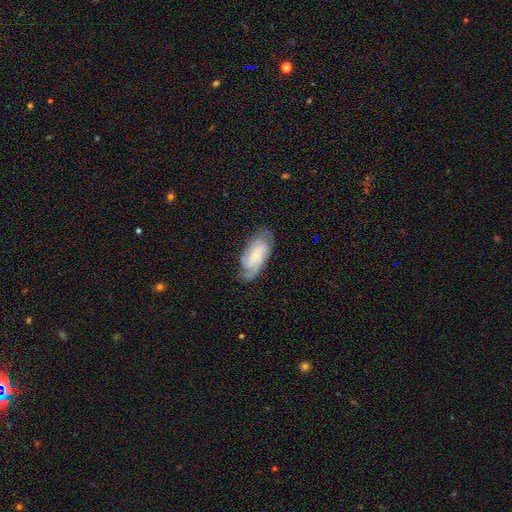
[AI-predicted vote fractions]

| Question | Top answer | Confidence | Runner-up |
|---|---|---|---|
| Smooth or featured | featured or disk | 67% | smooth (27%) |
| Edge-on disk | no | 94% | yes (6%) |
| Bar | no | 50% | weak (38%) |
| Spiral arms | yes | 91% | no (9%) |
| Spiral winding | tight | 50% | medium (37%) |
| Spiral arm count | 2 | 37% | can't tell (33%) |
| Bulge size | small | 68% | moderate (21%) |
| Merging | none | 70% | minor disturbance (21%) |